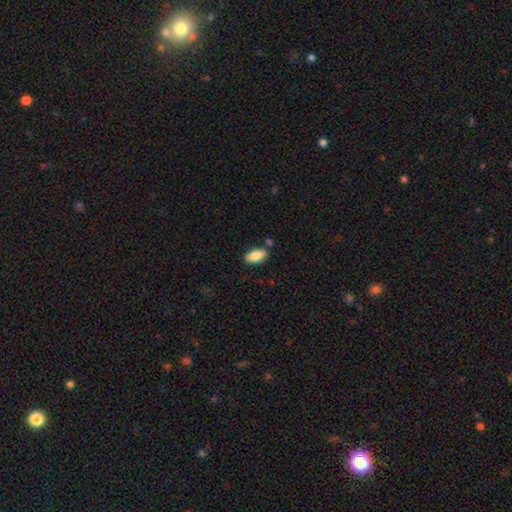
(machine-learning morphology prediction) smooth 86%, featured or disk 7%, star or artifact 7%. Down the decision tree: how rounded — in between (93%); merging — none (80%).